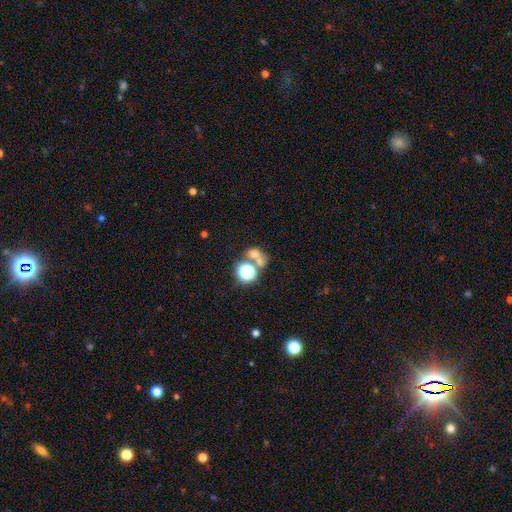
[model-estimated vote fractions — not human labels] smooth 56%, star or artifact 29%, featured or disk 15%. Down the decision tree: how rounded — round (64%); merging — merger (45%).